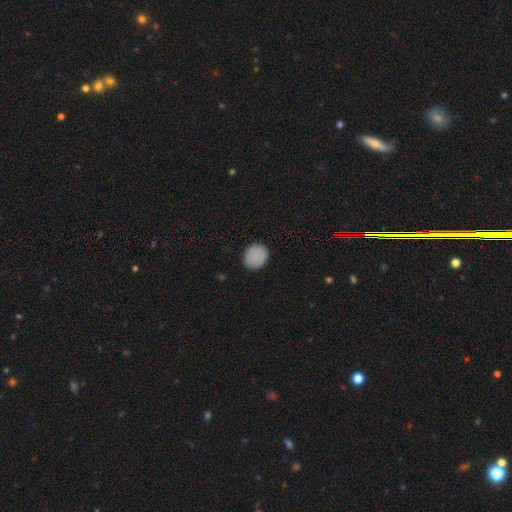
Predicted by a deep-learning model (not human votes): Smooth or featured: smooth — 87% (star or artifact — 9%)
How rounded: round — 78% (in between — 21%)
Merging: none — 89% (minor disturbance — 8%)